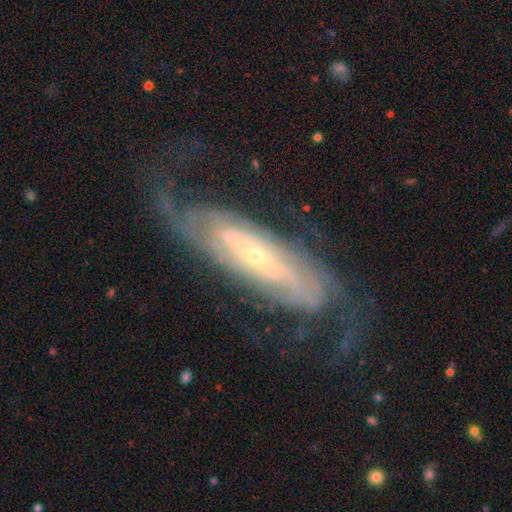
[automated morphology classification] type=featured or disk (86%); edge-on=no (84%); bar=no (51%); spiral arms=yes (94%); winding=tight (54%); arm count=2 (42%); bulge=small (77%); merging=none (66%).